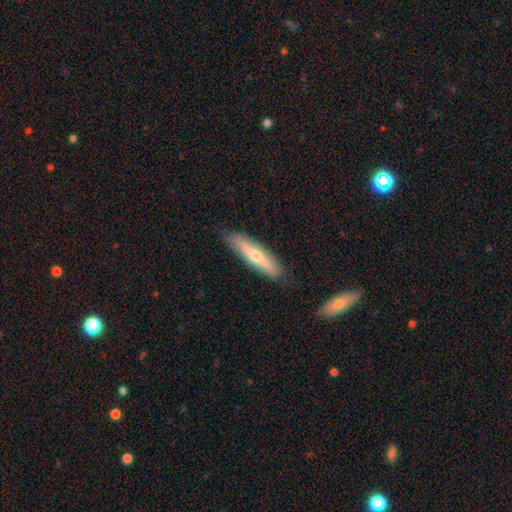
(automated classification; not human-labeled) Morphology: type=smooth (48%); merging=none (84%).